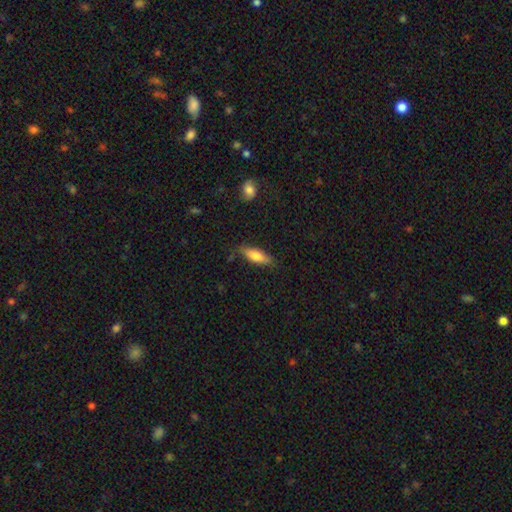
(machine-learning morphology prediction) type=smooth (67%); roundness=in between (50%); merging=none (80%).